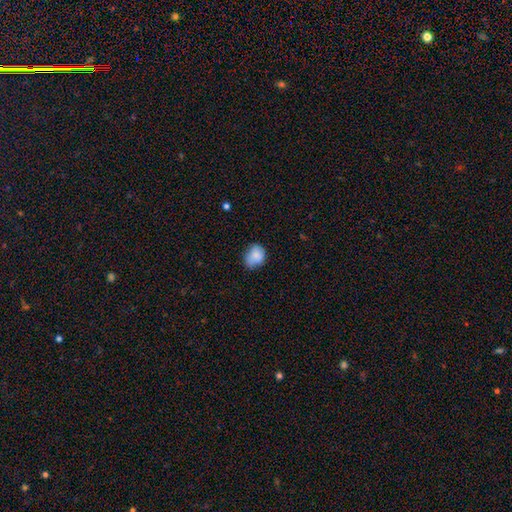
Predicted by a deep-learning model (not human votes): The model was most divided on "how rounded": round: 52%, in between: 47%, cigar-shaped: 1%. More confident: smooth or featured — smooth (84%); merging — none (58%).